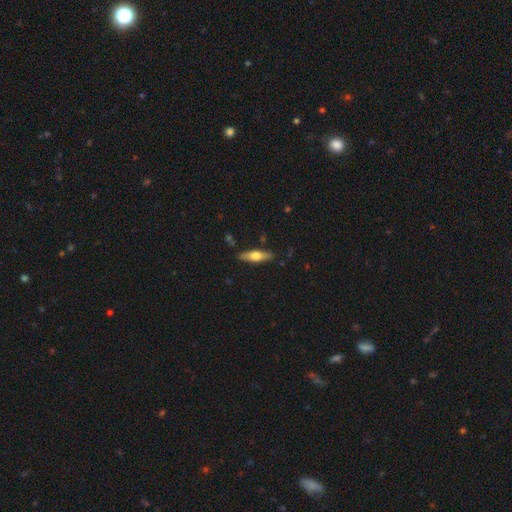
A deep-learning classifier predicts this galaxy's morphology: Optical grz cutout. It shows a smooth galaxy with no disk features (47%, tied with featured or disk). Merging: none (86%).